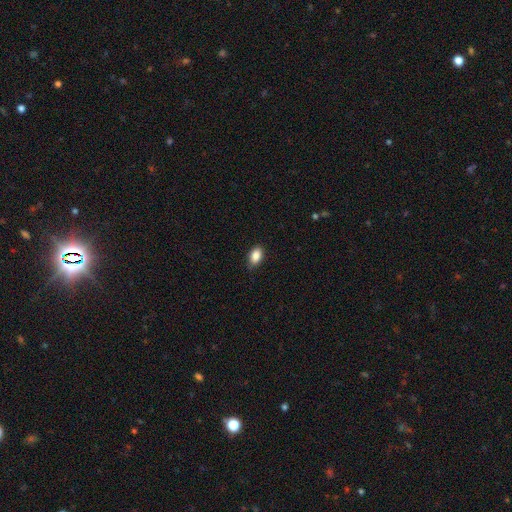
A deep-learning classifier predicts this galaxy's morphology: Q: Smooth or featured?
A: smooth (88%); runner-up: star or artifact (8%)
Q: How rounded?
A: in between (89%); runner-up: round (9%)
Q: Merging?
A: none (82%); runner-up: minor disturbance (15%)